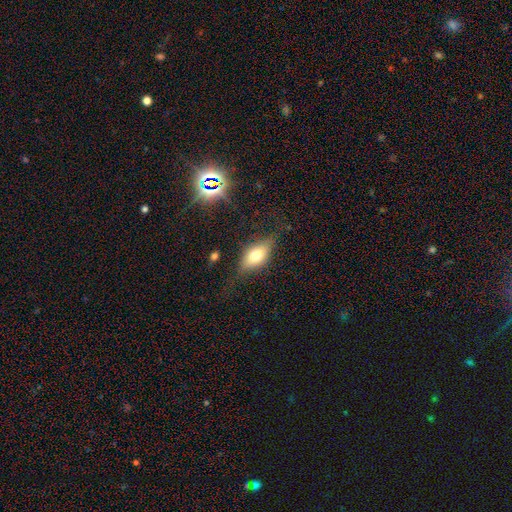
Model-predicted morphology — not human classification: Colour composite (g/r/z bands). It shows a smooth galaxy with no disk features (61%) that is in between round and cigar-shaped (81%). Merging: none (71%).